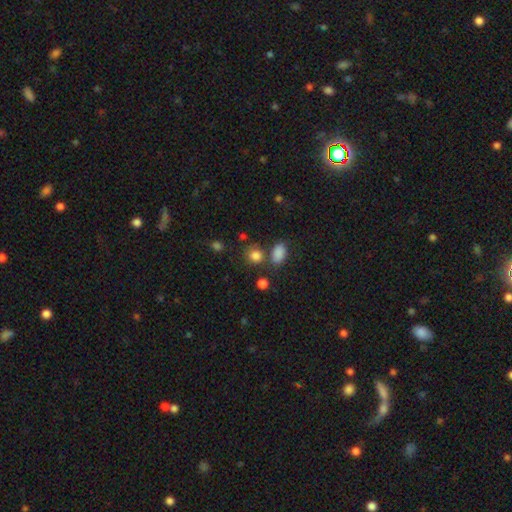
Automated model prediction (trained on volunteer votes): smooth_or_featured: smooth (p=0.82) [alt: star or artifact p=0.13]
how_rounded: round (p=0.65) [alt: in between p=0.33]
merging: none (p=0.69) [alt: merger p=0.14]